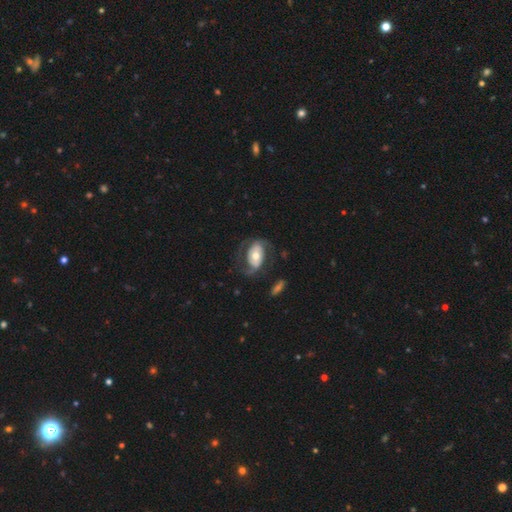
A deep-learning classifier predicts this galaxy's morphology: smooth_or_featured: featured or disk (p=0.73) [alt: smooth p=0.22]
disk_edge_on: no (p=0.96) [alt: yes p=0.04]
bar: no (p=0.53) [alt: weak p=0.26]
has_spiral_arms: yes (p=0.82) [alt: no p=0.18]
spiral_winding: medium (p=0.44) [alt: loose p=0.32]
spiral_arm_count: 2 (p=0.85) [alt: can't tell p=0.07]
bulge_size: moderate (p=0.65) [alt: small p=0.20]
merging: none (p=0.61) [alt: major disturbance p=0.20]